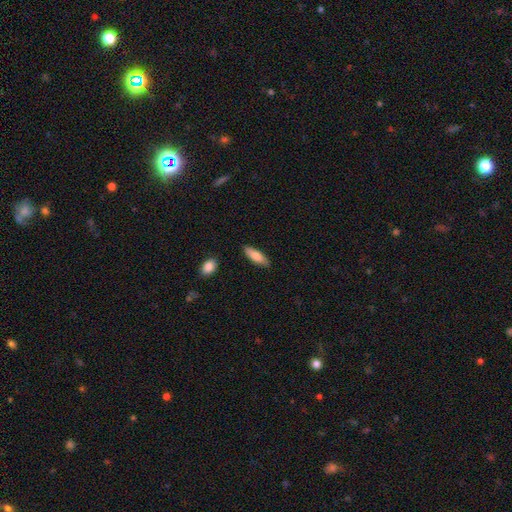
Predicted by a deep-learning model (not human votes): A smooth galaxy with no disk features (81%) that is in between round and cigar-shaped (52%). Merging: none (85%).